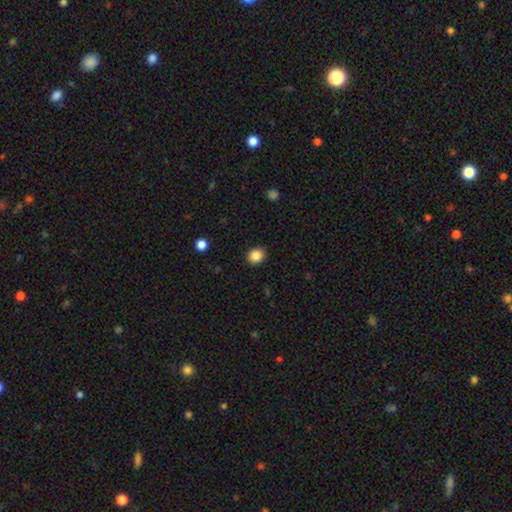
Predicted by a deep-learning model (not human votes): Morphology: type=smooth (86%); roundness=round (69%); merging=none (90%).